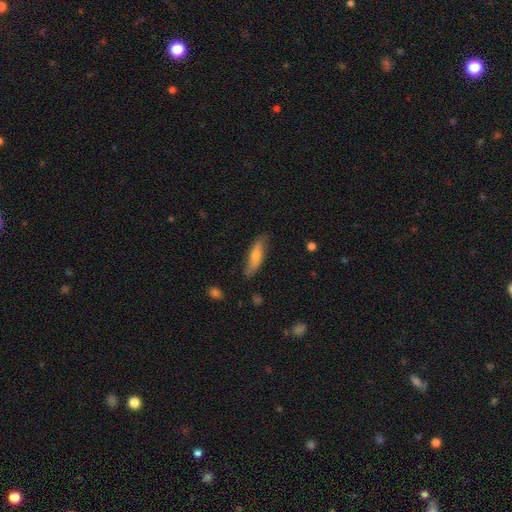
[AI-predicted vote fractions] This appears to be a smooth galaxy with no disk features (53%) that is cigar-shaped (73%). Merging: none (82%).